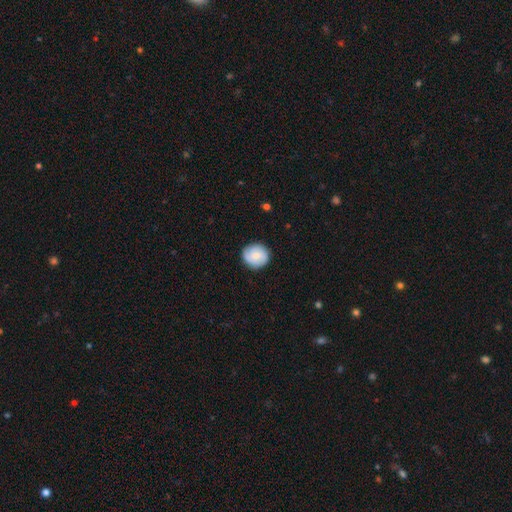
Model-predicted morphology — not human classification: A smooth galaxy with no disk features (64%) that is round (89%). Merging: none (85%).